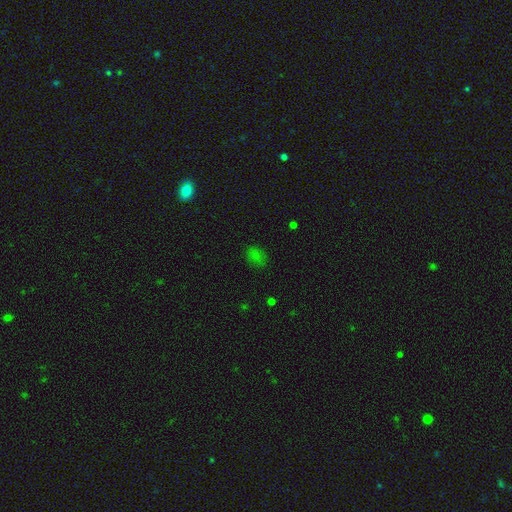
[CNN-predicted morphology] Q: Smooth or featured?
A: smooth (72%); runner-up: star or artifact (21%)
Q: How rounded?
A: in between (71%); runner-up: round (28%)
Q: Merging?
A: none (77%); runner-up: minor disturbance (16%)